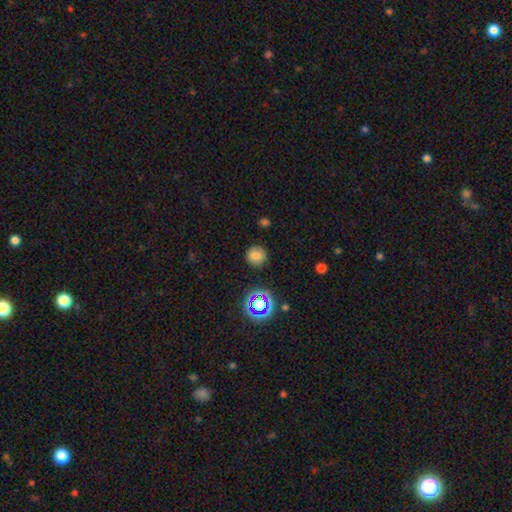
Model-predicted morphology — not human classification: The model was most divided on "smooth or featured": smooth: 75%, star or artifact: 17%, featured or disk: 8%. More confident: how rounded — round (90%); merging — none (85%).